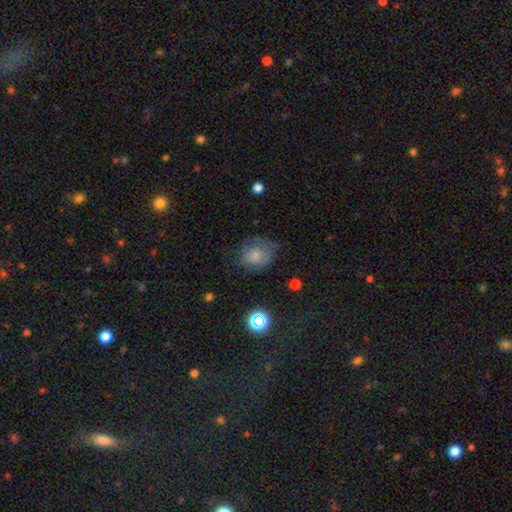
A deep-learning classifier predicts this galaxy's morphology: A smooth galaxy with no disk features (70%) that is round (63%). Merging: none (50%).